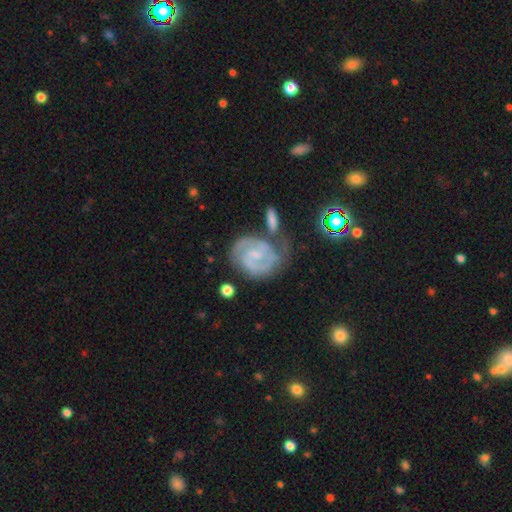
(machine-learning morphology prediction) Smooth or featured? Predicted: featured or disk (p=0.83). Edge-on disk? Predicted: no (p=0.97). Bar? Predicted: weak (p=0.52). Spiral arms? Predicted: yes (p=0.95). Spiral winding? Predicted: tight (p=0.46). Spiral arm count? Predicted: 2 (p=0.81). Bulge size? Predicted: small (p=0.57). Merging? Predicted: none (p=0.60).